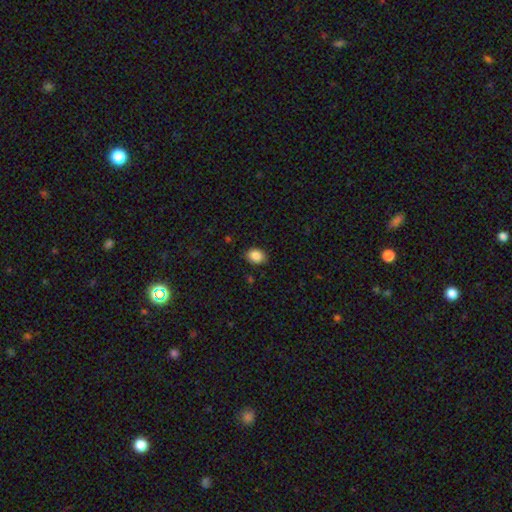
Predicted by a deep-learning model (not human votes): A smooth galaxy with no disk features (87%) that is in between round and cigar-shaped (57%).

Vote fractions:
- Smooth or featured? smooth: 87% / star or artifact: 8% / featured or disk: 4%
- How rounded? in between: 57% / round: 42% / cigar-shaped: 1%
- Merging? none: 88% / minor disturbance: 9% / major disturbance: 2% / merger: 1%